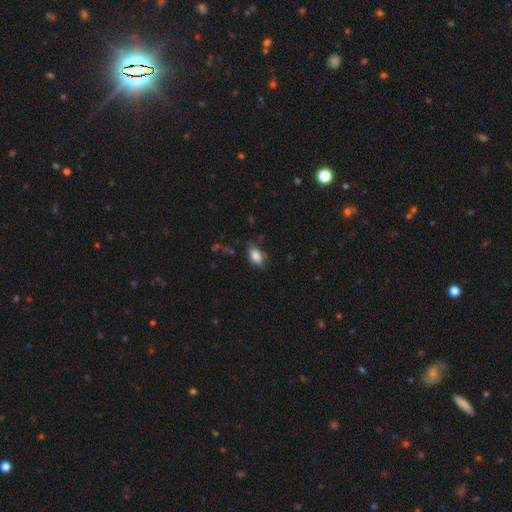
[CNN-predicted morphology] Q: Smooth or featured?
A: smooth (80%); runner-up: featured or disk (12%)
Q: How rounded?
A: in between (88%); runner-up: round (7%)
Q: Merging?
A: none (68%); runner-up: minor disturbance (24%)